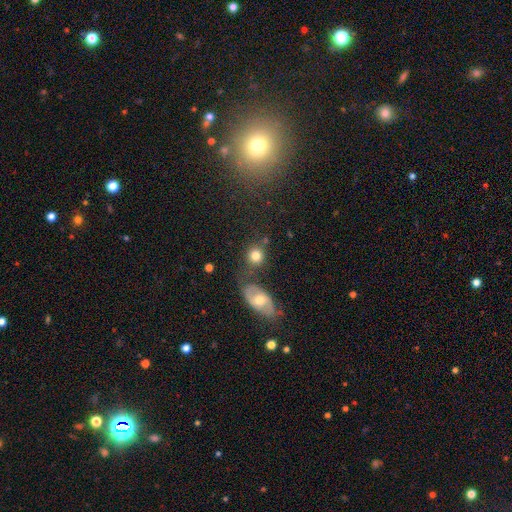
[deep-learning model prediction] Q: Smooth or featured?
A: smooth (77%); runner-up: featured or disk (12%)
Q: How rounded?
A: round (77%); runner-up: in between (22%)
Q: Merging?
A: none (66%); runner-up: merger (17%)